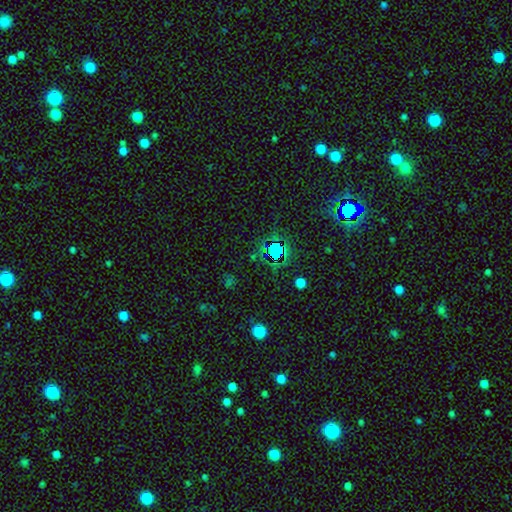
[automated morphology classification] smooth-or-featured: star or artifact: 69% | smooth: 21% | featured or disk: 10%